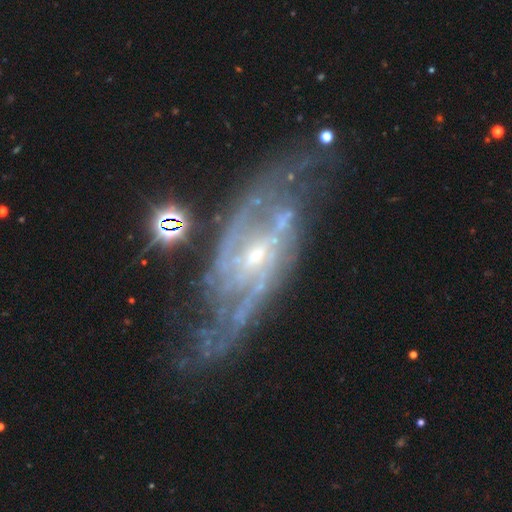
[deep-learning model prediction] Overall: featured or disk (89%). Edge-on disk: no (92%). Bar: weak (45%; no 36%). Spiral arms: yes (96%). Spiral arm count: 2 (58%; can't tell 18%). Spiral winding: medium (49%; tight 30%). Bulge size: small (71%). Merging: none (67%).